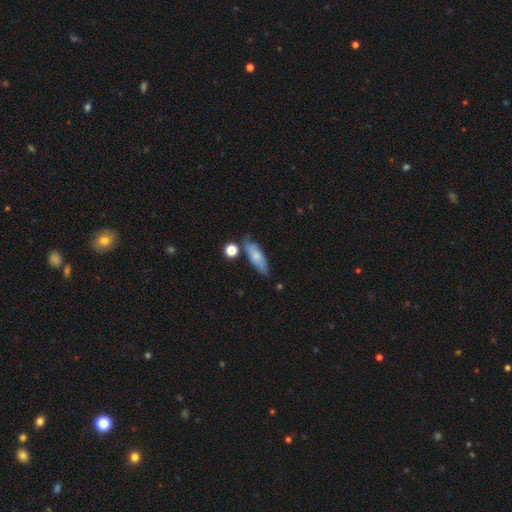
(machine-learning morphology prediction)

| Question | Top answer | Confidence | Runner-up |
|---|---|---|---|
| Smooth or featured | smooth | 68% | featured or disk (25%) |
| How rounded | in between | 60% | cigar-shaped (36%) |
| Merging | none | 65% | minor disturbance (21%) |